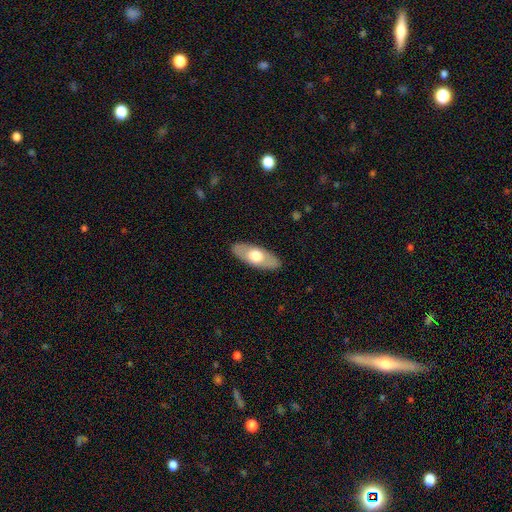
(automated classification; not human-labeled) Smooth or featured? smooth (57%)
How rounded? in between (83%)
Merging? none (88%)